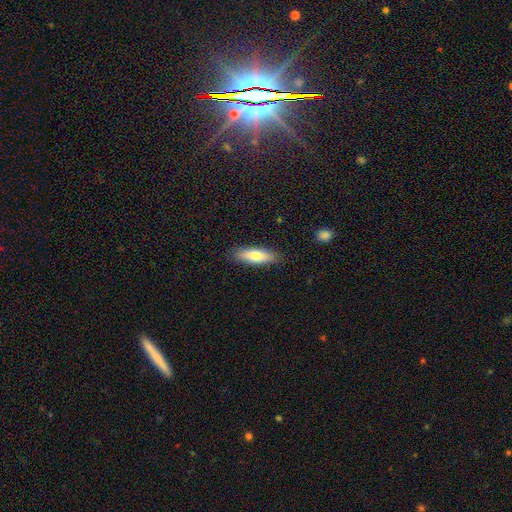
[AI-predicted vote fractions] Morphology: type=smooth (73%); roundness=cigar-shaped (52%); merging=none (87%).